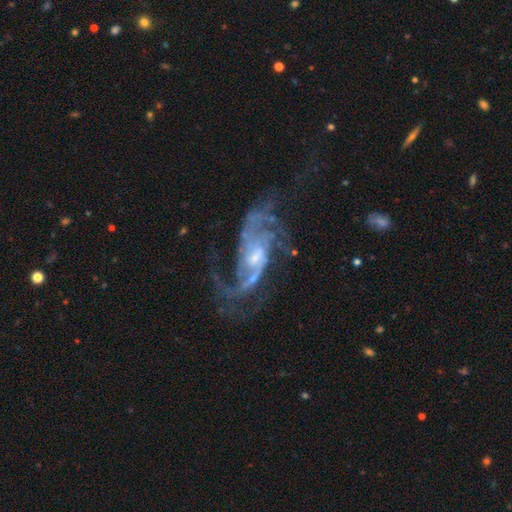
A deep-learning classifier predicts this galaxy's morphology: type=featured or disk (90%); edge-on=no (96%); bar=weak (47%); spiral arms=yes (96%); winding=medium (45%); arm count=2 (48%); bulge=small (48%); merging=none (51%).